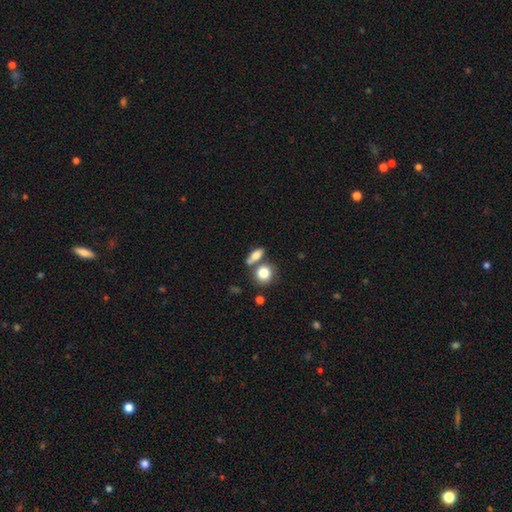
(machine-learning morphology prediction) The model was most divided on "merging": none: 54%, merger: 30%, minor disturbance: 11%, major disturbance: 5%. More confident: smooth or featured — smooth (75%); how rounded — in between (60%).